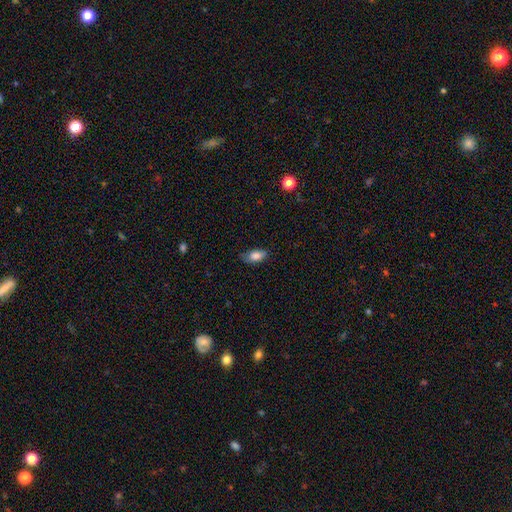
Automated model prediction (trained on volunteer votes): Morphology: type=smooth (82%); roundness=in between (89%); merging=none (70%).